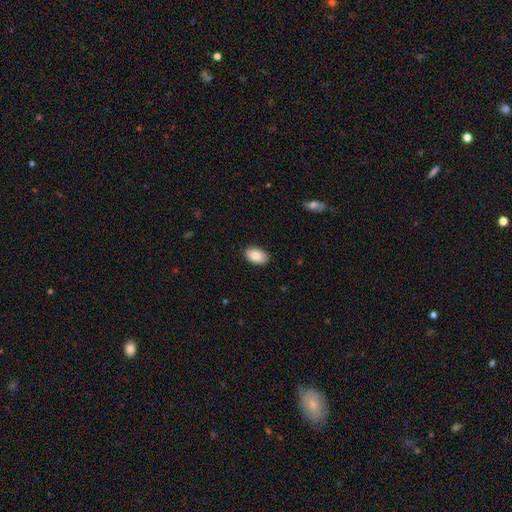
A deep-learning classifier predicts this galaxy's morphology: Smooth or featured? Predicted: smooth (p=0.85). How rounded? Predicted: in between (p=0.92). Merging? Predicted: none (p=0.87).